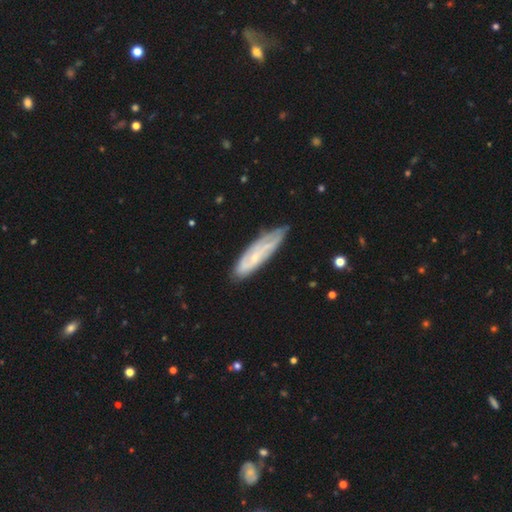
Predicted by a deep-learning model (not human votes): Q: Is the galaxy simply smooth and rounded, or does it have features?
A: featured or disk — 59%.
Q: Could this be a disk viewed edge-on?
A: no — 68%.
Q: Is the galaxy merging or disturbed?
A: none — 70%.